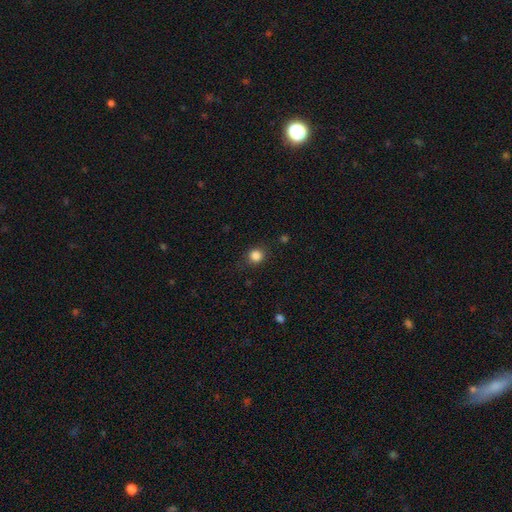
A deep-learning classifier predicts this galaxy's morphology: Smooth or featured? Predicted: smooth (p=0.84). How rounded? Predicted: round (p=0.85). Merging? Predicted: none (p=0.83).